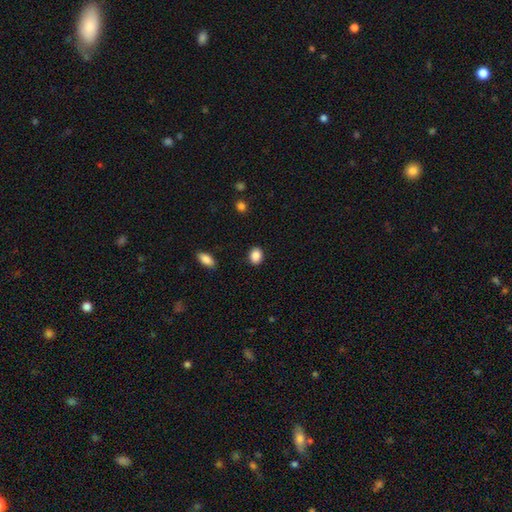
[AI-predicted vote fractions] Q: Smooth or featured?
A: smooth (88%); runner-up: star or artifact (8%)
Q: How rounded?
A: in between (54%); runner-up: round (45%)
Q: Merging?
A: none (89%); runner-up: minor disturbance (7%)